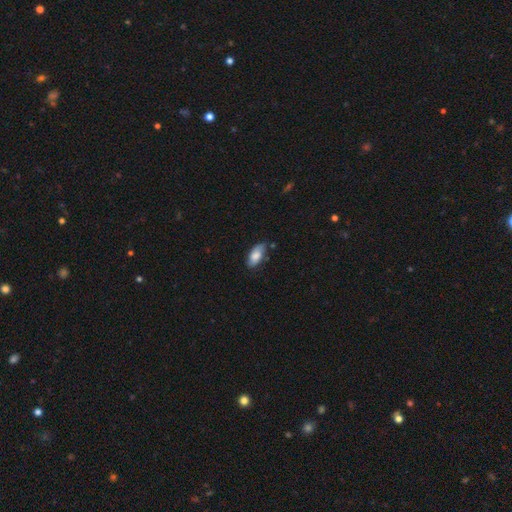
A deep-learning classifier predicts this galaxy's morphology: This appears to be a smooth galaxy with no disk features (78%) that is in between round and cigar-shaped (89%). Merging: none (68%).